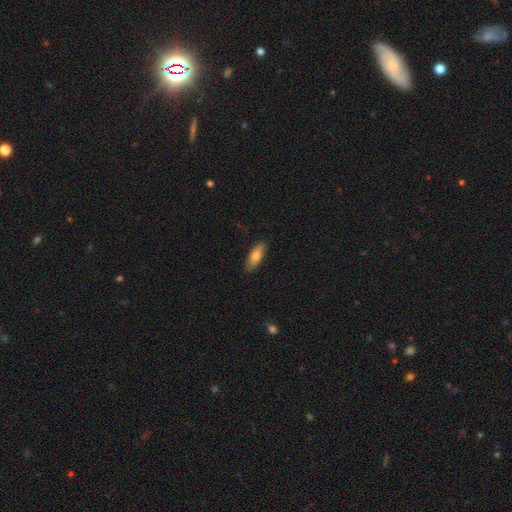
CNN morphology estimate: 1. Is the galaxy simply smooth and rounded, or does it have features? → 78% smooth, 16% featured or disk, 6% star or artifact.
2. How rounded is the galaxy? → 62% in between, 36% cigar-shaped, 2% round.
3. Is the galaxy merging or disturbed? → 85% none, 12% minor disturbance, 2% major disturbance, 1% merger.